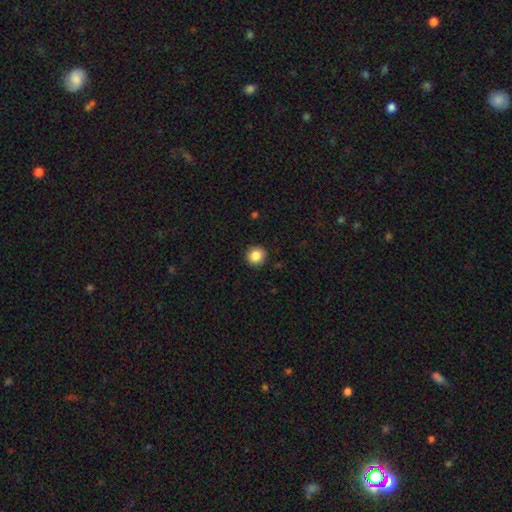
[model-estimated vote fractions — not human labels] The model was most divided on "smooth or featured": smooth: 87%, star or artifact: 9%, featured or disk: 4%. More confident: how rounded — round (93%); merging — none (91%).